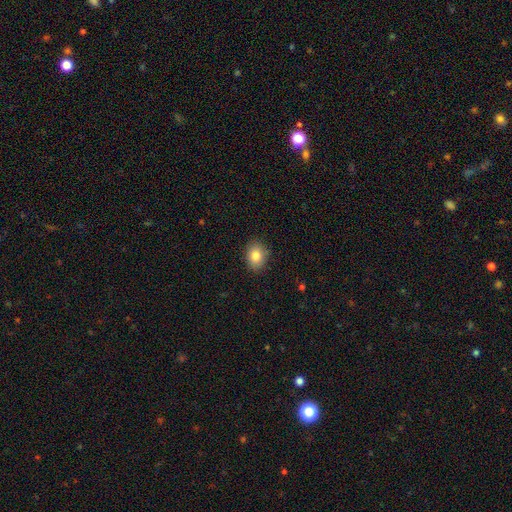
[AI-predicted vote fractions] A smooth galaxy with no disk features (84%) that is in between round and cigar-shaped (60%).

Vote fractions:
- Smooth or featured? smooth: 84% / star or artifact: 9% / featured or disk: 7%
- How rounded? in between: 60% / round: 39% / cigar-shaped: 1%
- Merging? none: 87% / minor disturbance: 10% / major disturbance: 2% / merger: 1%